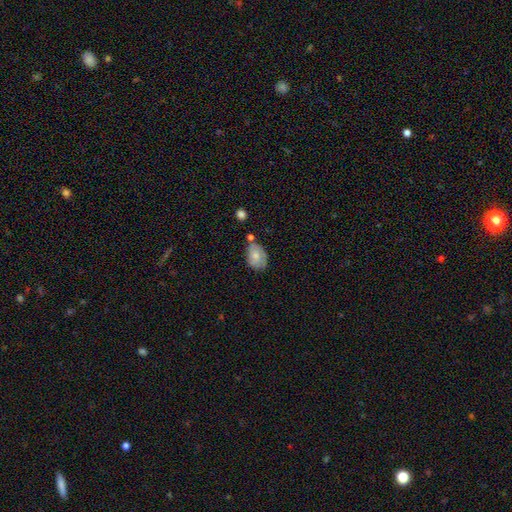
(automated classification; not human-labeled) Morphology: type=smooth (73%); roundness=in between (83%); merging=none (55%).